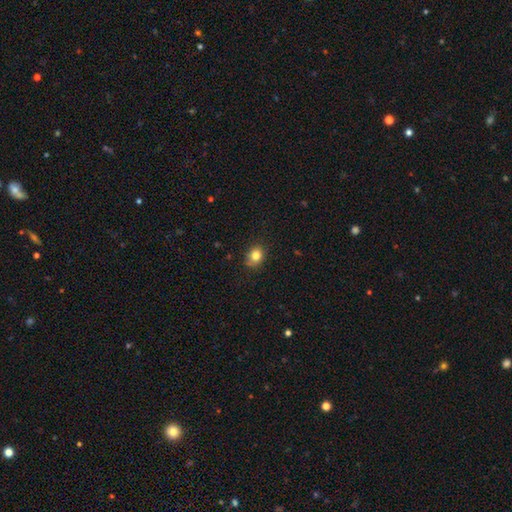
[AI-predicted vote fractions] A smooth galaxy with no disk features (82%) that is round (52%). Merging: none (76%).